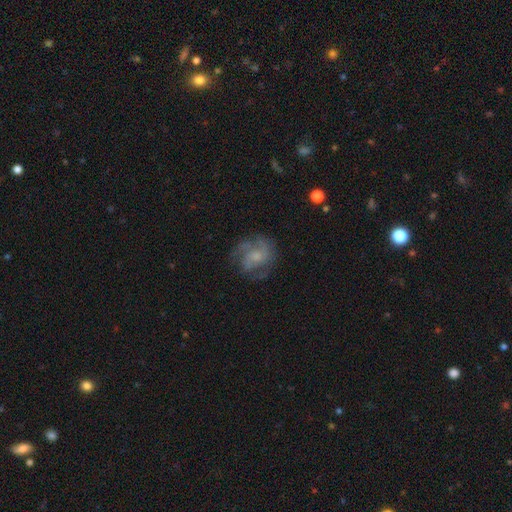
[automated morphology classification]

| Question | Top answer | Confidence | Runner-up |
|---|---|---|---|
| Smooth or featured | featured or disk | 71% | smooth (21%) |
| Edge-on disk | no | 98% | yes (2%) |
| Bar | no | 67% | weak (29%) |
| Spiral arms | yes | 87% | no (13%) |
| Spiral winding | medium | 47% | tight (35%) |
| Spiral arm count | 3 | 32% | can't tell (26%) |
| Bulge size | small | 47% | moderate (34%) |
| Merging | none | 67% | minor disturbance (18%) |